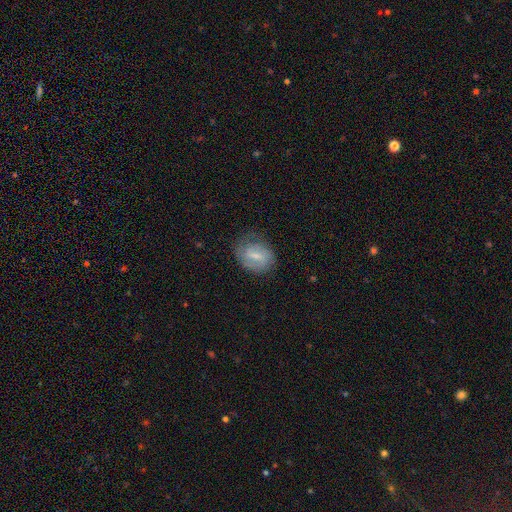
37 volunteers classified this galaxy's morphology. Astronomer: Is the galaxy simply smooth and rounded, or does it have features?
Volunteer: featured or disk — 49% (runner-up: smooth, 43%).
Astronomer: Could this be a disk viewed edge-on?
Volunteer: no — 100%.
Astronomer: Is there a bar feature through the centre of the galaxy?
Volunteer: weak — 56% (runner-up: strong, 39%).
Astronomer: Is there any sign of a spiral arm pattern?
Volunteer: yes — 56% (runner-up: no, 44%).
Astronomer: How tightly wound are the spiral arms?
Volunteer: medium — 40% (runner-up: tight, 30%).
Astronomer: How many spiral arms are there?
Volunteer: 2 — 60%.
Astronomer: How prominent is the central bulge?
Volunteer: small — 39% (runner-up: none, 33%).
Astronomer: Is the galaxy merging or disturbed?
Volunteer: none — 71%.